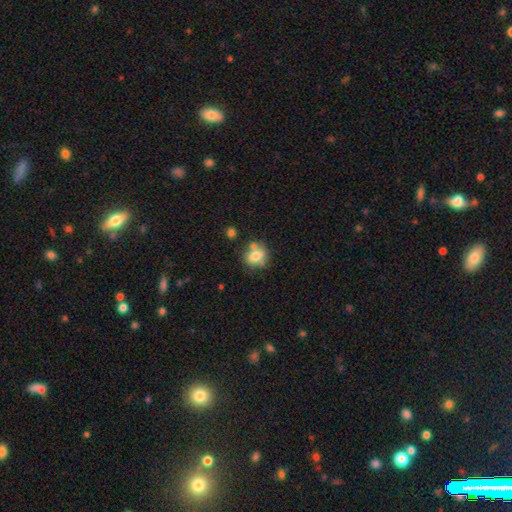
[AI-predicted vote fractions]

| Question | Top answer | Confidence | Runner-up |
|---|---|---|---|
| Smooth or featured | smooth | 73% | featured or disk (17%) |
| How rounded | round | 52% | in between (46%) |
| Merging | none | 57% | merger (20%) |